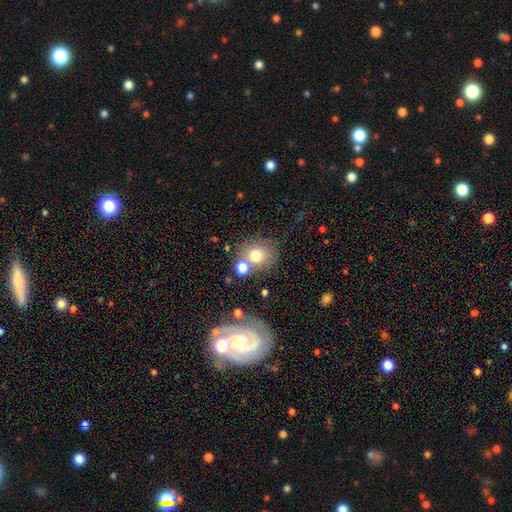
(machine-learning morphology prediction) smooth_or_featured: smooth (p=0.73) [alt: featured or disk p=0.15]
how_rounded: round (p=0.80) [alt: in between p=0.19]
merging: none (p=0.62) [alt: merger p=0.20]